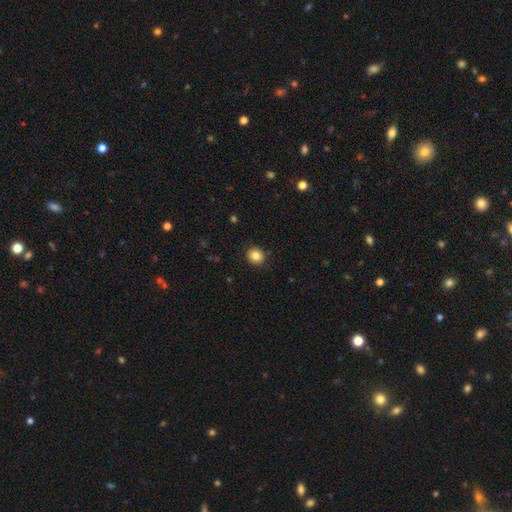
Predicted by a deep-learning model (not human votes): smooth_or_featured: smooth (p=0.84) [alt: star or artifact p=0.10]
how_rounded: round (p=0.87) [alt: in between p=0.12]
merging: none (p=0.90) [alt: minor disturbance p=0.07]